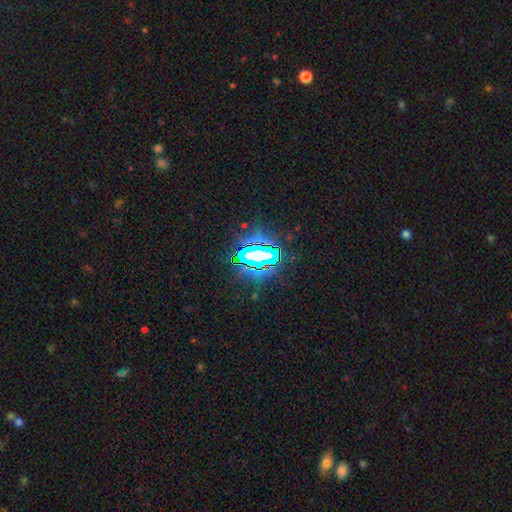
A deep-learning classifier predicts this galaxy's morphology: smooth-or-featured: star or artifact: 70% | smooth: 16% | featured or disk: 13%